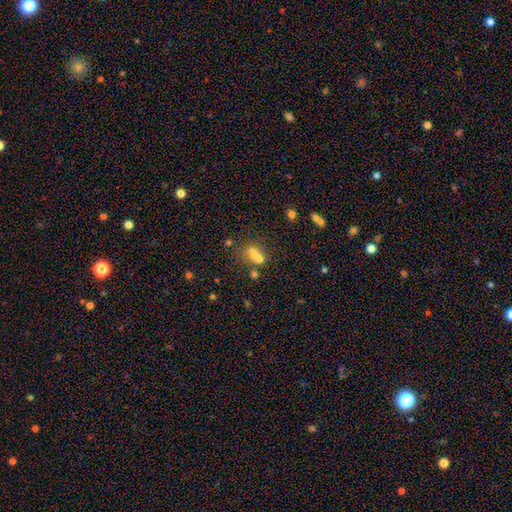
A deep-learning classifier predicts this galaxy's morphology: Q: Smooth or featured?
A: smooth (57%); runner-up: featured or disk (22%)
Q: How rounded?
A: in between (50%); runner-up: round (44%)
Q: Merging?
A: merger (50%); runner-up: none (31%)